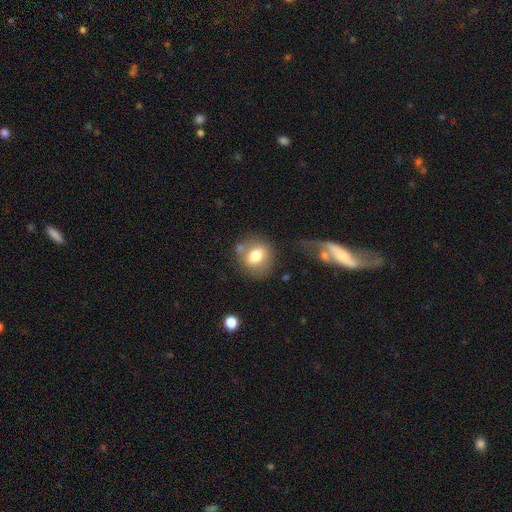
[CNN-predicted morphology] Smooth or featured?
  - smooth: 71% *
  - featured or disk: 20%
  - star or artifact: 9%
How rounded?
  - round: 73% *
  - in between: 26%
  - cigar-shaped: 1%
Merging?
  - none: 64% *
  - minor disturbance: 18%
  - merger: 10%
  - major disturbance: 8%